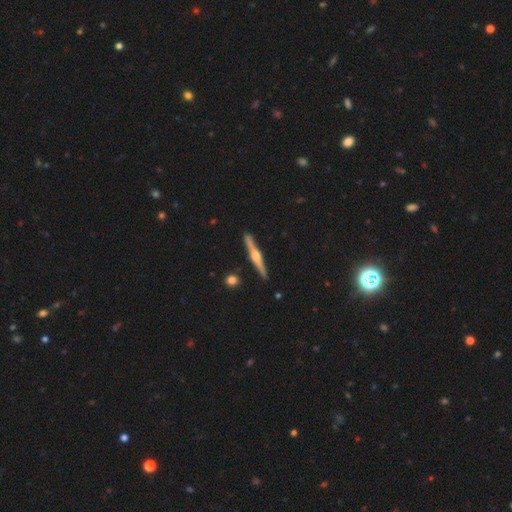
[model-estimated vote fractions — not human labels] A featured or disk galaxy (77%) viewed edge-on (98%) with a rounded central bulge (85%). Merging: none (90%).